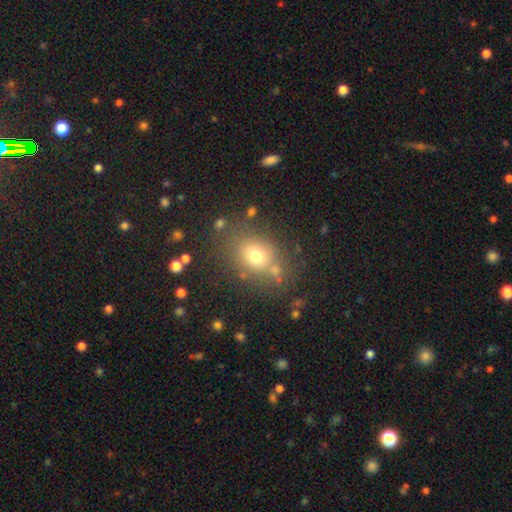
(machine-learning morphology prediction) Smooth or featured? smooth (71%)
How rounded? round (54%)
Merging? none (71%)